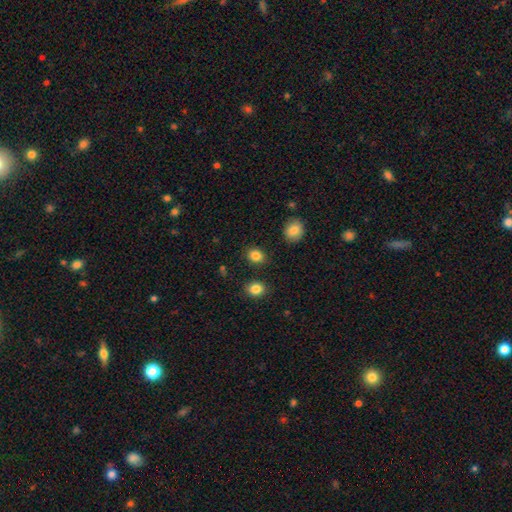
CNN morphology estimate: smooth-or-featured: smooth: 85% | star or artifact: 11% | featured or disk: 5%
  how-rounded: round: 57% | in between: 42% | cigar-shaped: 1%
  merging: none: 87% | minor disturbance: 8% | merger: 3% | major disturbance: 3%